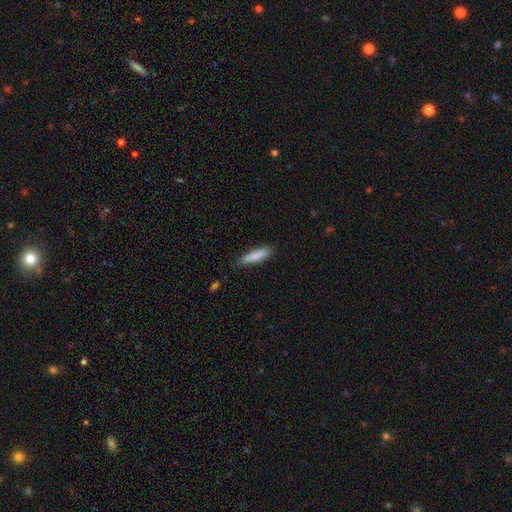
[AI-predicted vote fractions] The model was most divided on "how rounded": cigar-shaped: 75%, in between: 24%, round: 1%. More confident: smooth or featured — smooth (86%); merging — none (82%).